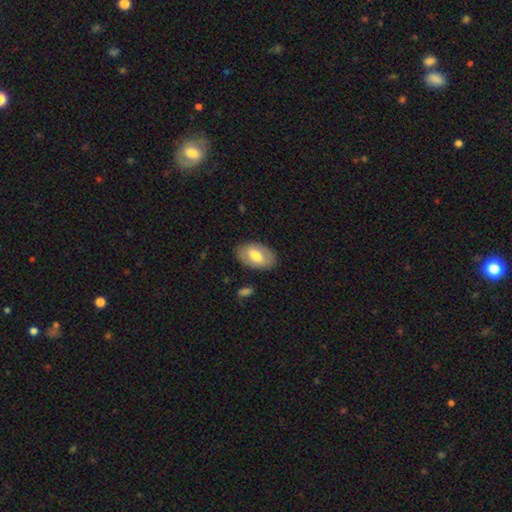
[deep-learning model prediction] Smooth or featured? smooth (64%)
How rounded? in between (91%)
Merging? none (84%)